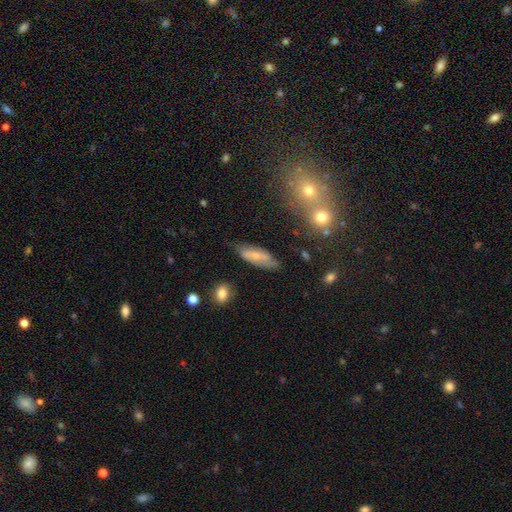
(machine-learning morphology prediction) The model was most divided on "smooth or featured": smooth: 53%, featured or disk: 39%, star or artifact: 8%. More confident: merging — none (66%); how rounded — in between (63%).